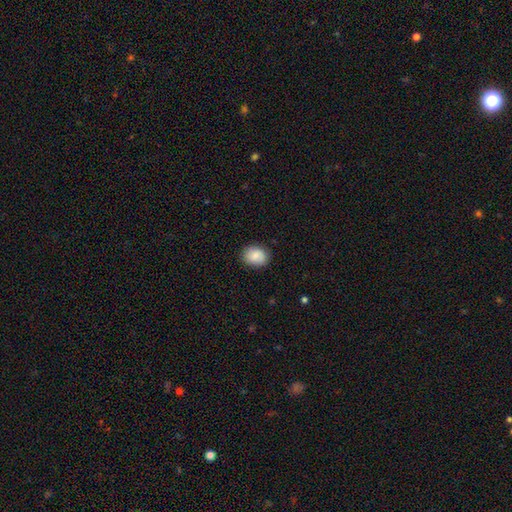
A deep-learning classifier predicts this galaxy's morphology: smooth_or_featured: smooth (p=0.87) [alt: star or artifact p=0.07]
how_rounded: in between (p=0.54) [alt: round p=0.45]
merging: none (p=0.86) [alt: minor disturbance p=0.10]